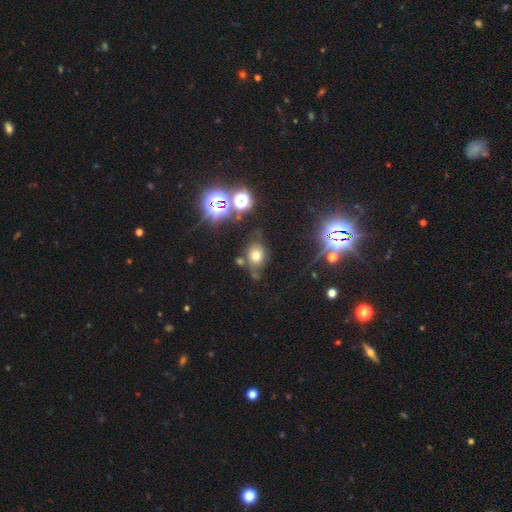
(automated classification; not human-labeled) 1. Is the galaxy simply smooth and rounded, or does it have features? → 62% smooth, 24% star or artifact, 13% featured or disk.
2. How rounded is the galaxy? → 50% in between, 48% round, 1% cigar-shaped.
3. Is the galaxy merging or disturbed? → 63% none, 19% minor disturbance, 10% merger, 8% major disturbance.